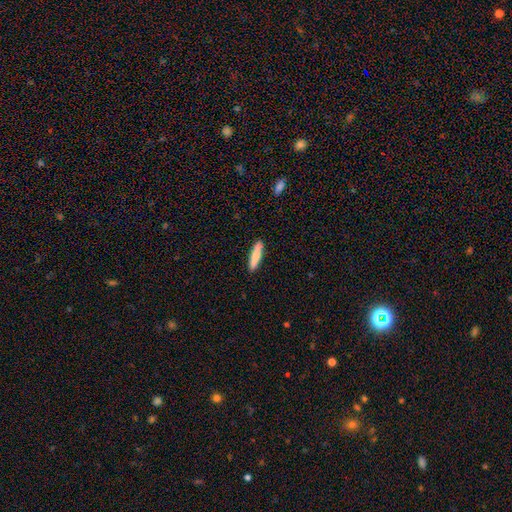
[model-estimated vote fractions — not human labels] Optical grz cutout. It shows a smooth galaxy with no disk features (77%) that is cigar-shaped (85%). Merging: none (88%).